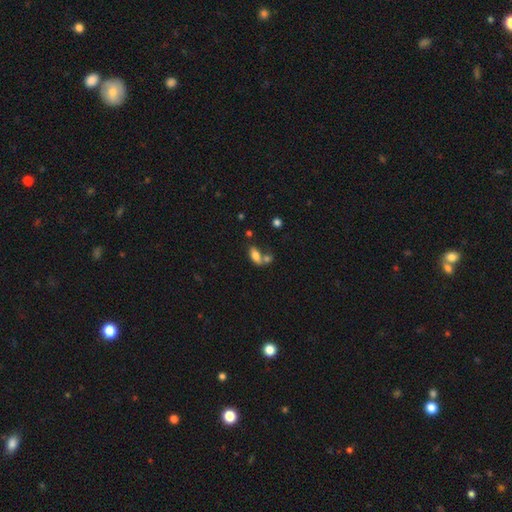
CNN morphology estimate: Smooth or featured?
  - smooth: 75% *
  - featured or disk: 15%
  - star or artifact: 10%
How rounded?
  - in between: 86% *
  - cigar-shaped: 9%
  - round: 5%
Merging?
  - merger: 42% *
  - none: 39%
  - minor disturbance: 12%
  - major disturbance: 7%